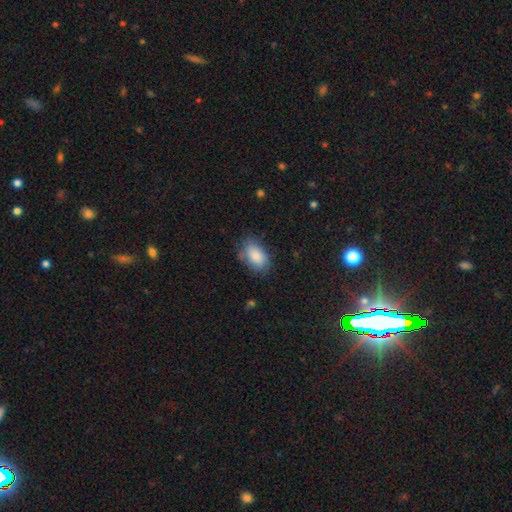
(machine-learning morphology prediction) Overall: smooth (85%). How rounded: in between (91%). Merging: none (71%).